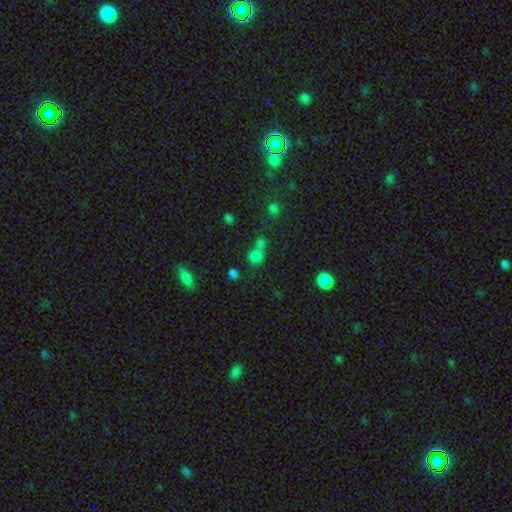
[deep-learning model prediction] The model was most divided on "merging": none: 44%, merger: 39%, minor disturbance: 11%, major disturbance: 6%. More confident: how rounded — round (72%); smooth or featured — smooth (71%).